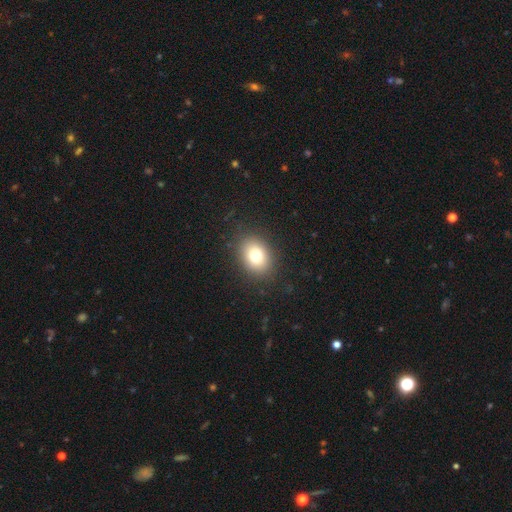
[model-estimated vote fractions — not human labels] A smooth galaxy with no disk features (78%) that is in between round and cigar-shaped (60%). Merging: none (86%).